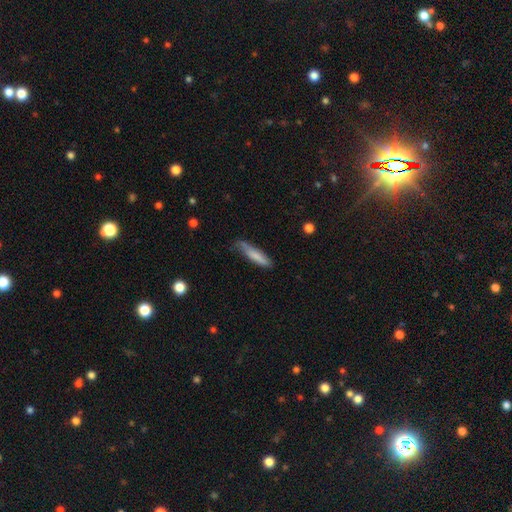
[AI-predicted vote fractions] The model was most divided on "merging": none: 63%, minor disturbance: 29%, major disturbance: 6%, merger: 2%. More confident: how rounded — cigar-shaped (84%); smooth or featured — smooth (79%).